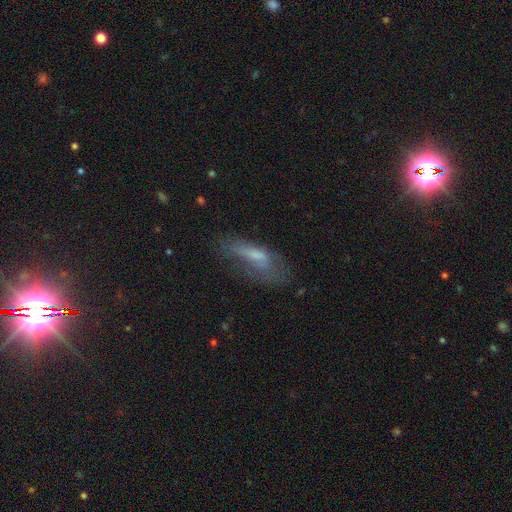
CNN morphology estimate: smooth_or_featured: smooth (p=0.57) [alt: featured or disk p=0.33]
how_rounded: cigar-shaped (p=0.53) [alt: in between p=0.45]
merging: none (p=0.42) [alt: minor disturbance p=0.28]